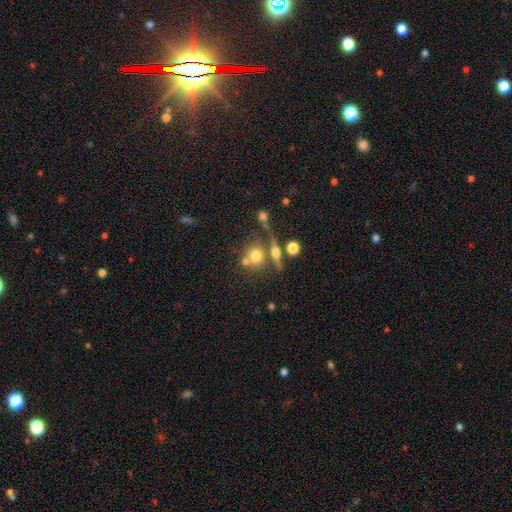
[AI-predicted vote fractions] Smooth or featured? smooth (64%)
How rounded? round (79%)
Merging? none (46%)